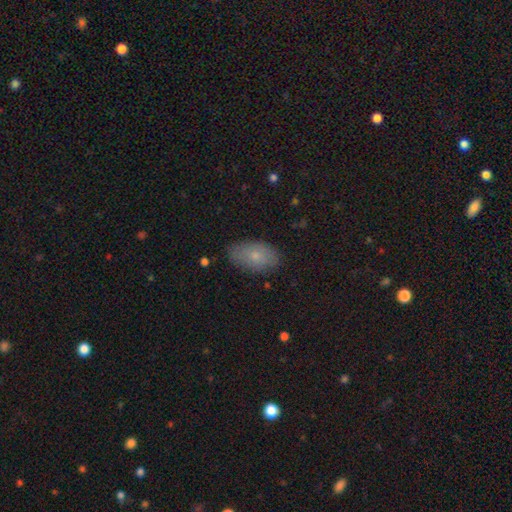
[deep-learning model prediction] Overall: smooth (76%). How rounded: in between (93%). Merging: none (81%).